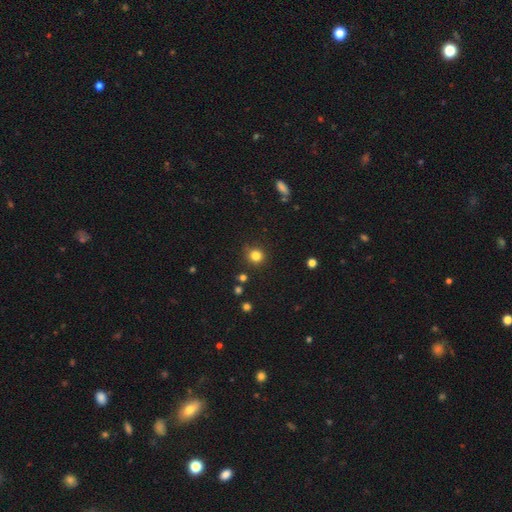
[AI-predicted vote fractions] The model was most divided on "smooth or featured": smooth: 81%, star or artifact: 14%, featured or disk: 5%. More confident: how rounded — round (91%); merging — none (82%).